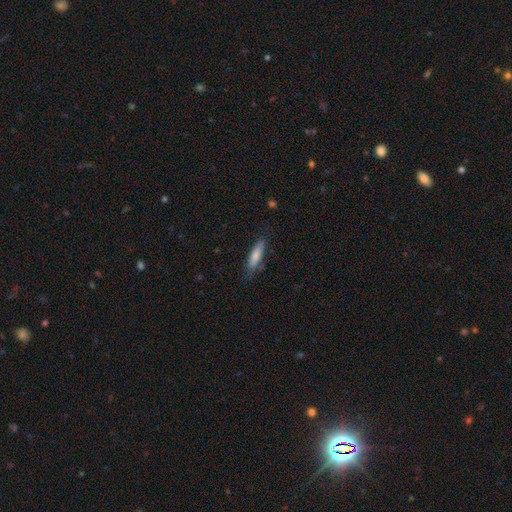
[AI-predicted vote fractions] Smooth or featured?
  - smooth: 79% *
  - featured or disk: 15%
  - star or artifact: 6%
How rounded?
  - cigar-shaped: 63% *
  - in between: 35%
  - round: 2%
Merging?
  - none: 75% *
  - minor disturbance: 19%
  - major disturbance: 4%
  - merger: 2%